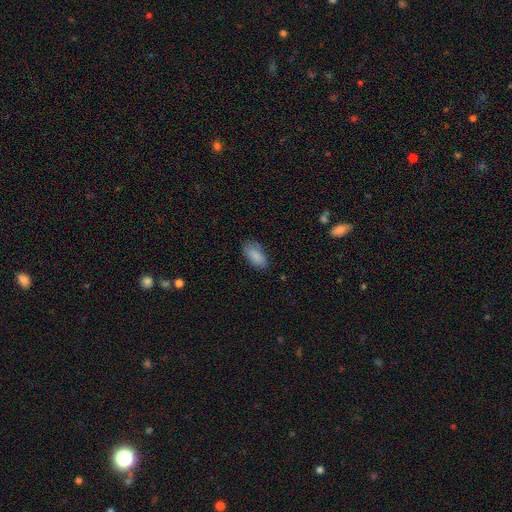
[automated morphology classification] smooth 88%, star or artifact 7%, featured or disk 5%. Down the decision tree: how rounded — in between (92%); merging — none (80%).